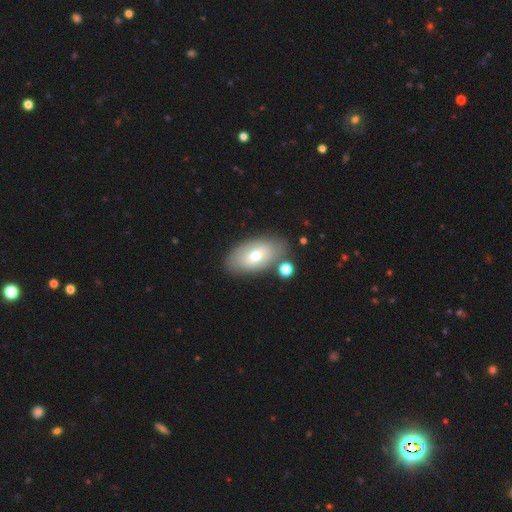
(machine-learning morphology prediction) This is likely a smooth galaxy (64%). How rounded: clearly in between (93%). Merging: likely none (78%).